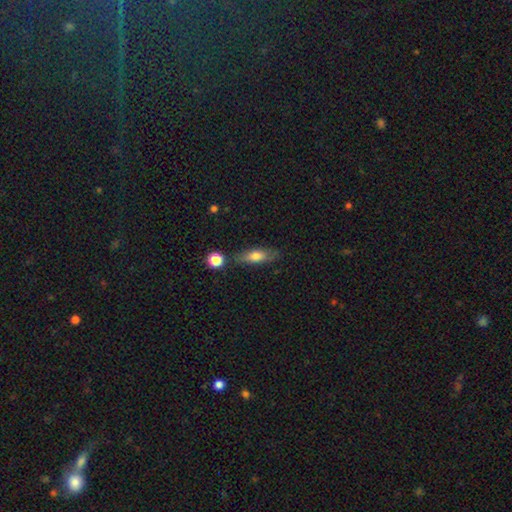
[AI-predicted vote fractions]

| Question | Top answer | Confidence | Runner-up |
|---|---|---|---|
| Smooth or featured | smooth | 67% | featured or disk (25%) |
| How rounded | in between | 55% | cigar-shaped (40%) |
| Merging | none | 74% | minor disturbance (16%) |